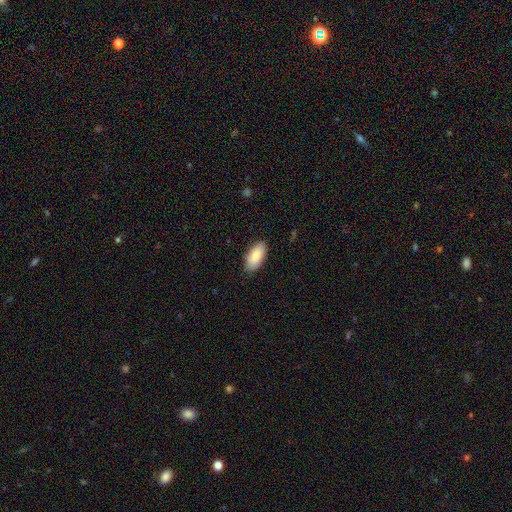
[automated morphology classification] This is clearly a smooth galaxy (86%). How rounded: clearly in between (92%). Merging: clearly none (87%).